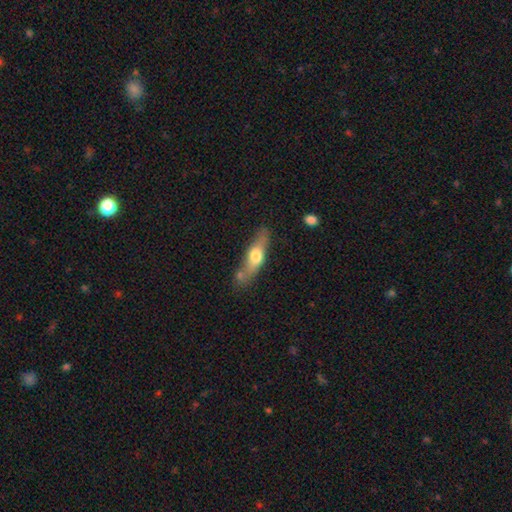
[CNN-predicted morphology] A smooth galaxy with no disk features (53%) that is cigar-shaped (58%). Merging: none (66%).